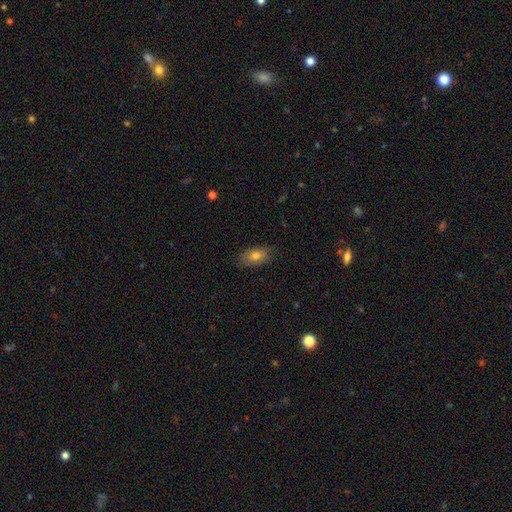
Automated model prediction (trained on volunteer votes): Smooth or featured?
  - smooth: 76% *
  - featured or disk: 16%
  - star or artifact: 8%
How rounded?
  - in between: 90% *
  - round: 6%
  - cigar-shaped: 4%
Merging?
  - none: 80% *
  - minor disturbance: 16%
  - major disturbance: 3%
  - merger: 1%